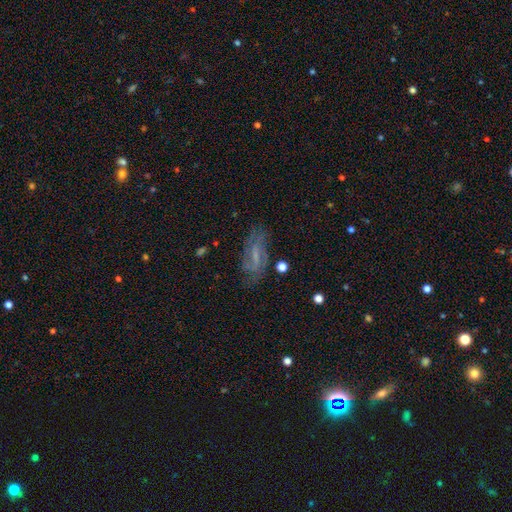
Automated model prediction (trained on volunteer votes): Overall: featured or disk (65%). Edge-on disk: no (89%). Bar: weak (48%; strong 27%). Spiral arms: yes (85%). Bulge size: small (42%; none 34%). Merging: none (71%).